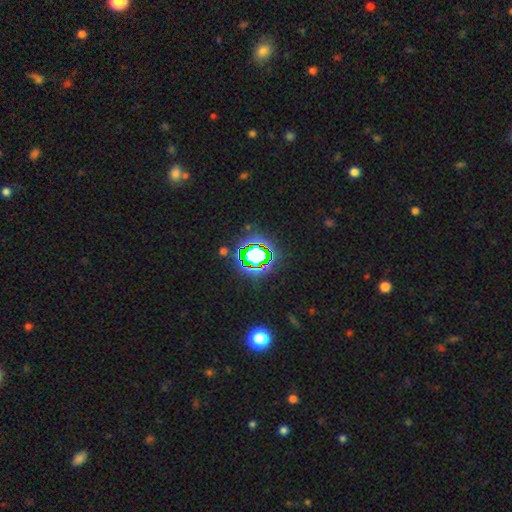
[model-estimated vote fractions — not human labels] Smooth or featured: star or artifact — 71% (smooth — 17%)